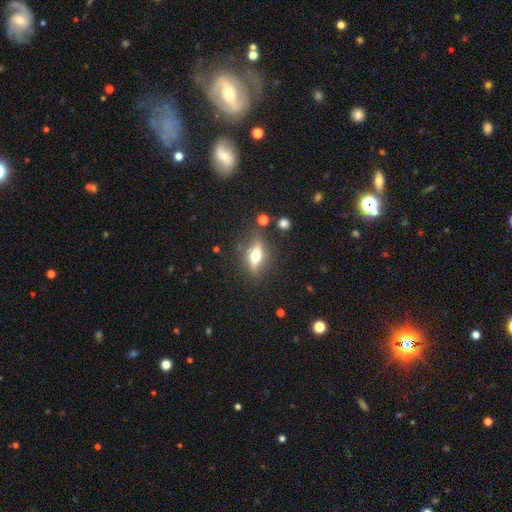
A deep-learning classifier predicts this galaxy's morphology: smooth-or-featured: featured or disk: 48% | smooth: 42% | star or artifact: 10%
  merging: none: 80% | minor disturbance: 13% | major disturbance: 5% | merger: 3%